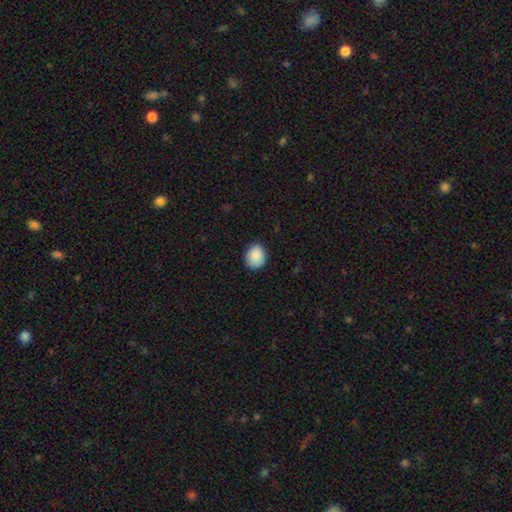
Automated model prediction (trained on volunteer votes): smooth-or-featured: smooth: 89% | star or artifact: 8% | featured or disk: 4%
  how-rounded: round: 59% | in between: 40% | cigar-shaped: 1%
  merging: none: 85% | minor disturbance: 12% | major disturbance: 2% | merger: 1%